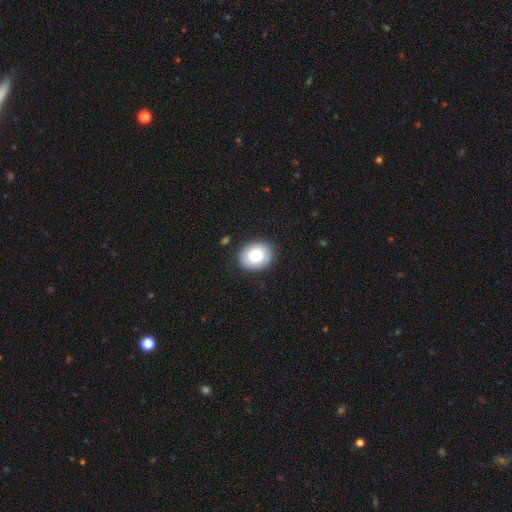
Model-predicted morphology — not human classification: Q: Smooth or featured?
A: smooth (81%); runner-up: featured or disk (12%)
Q: How rounded?
A: round (52%); runner-up: in between (47%)
Q: Merging?
A: none (86%); runner-up: minor disturbance (10%)